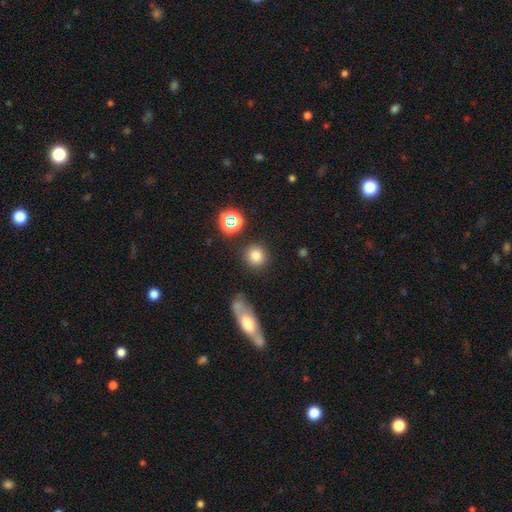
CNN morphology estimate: Smooth or featured?
  - smooth: 78% *
  - star or artifact: 14%
  - featured or disk: 7%
How rounded?
  - round: 91% *
  - in between: 8%
  - cigar-shaped: 1%
Merging?
  - none: 84% *
  - minor disturbance: 8%
  - merger: 4%
  - major disturbance: 3%